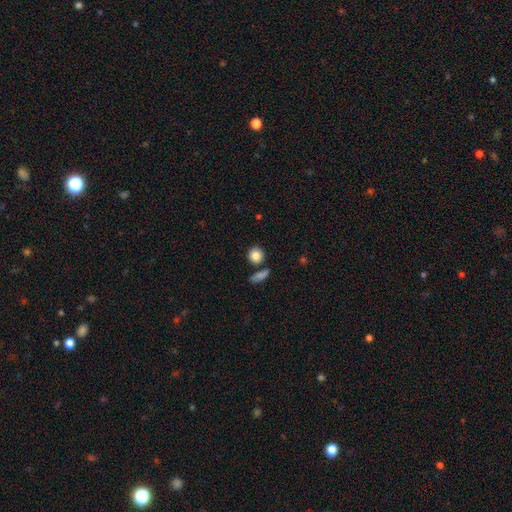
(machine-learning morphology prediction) Smooth or featured? smooth (84%)
How rounded? round (84%)
Merging? none (73%)